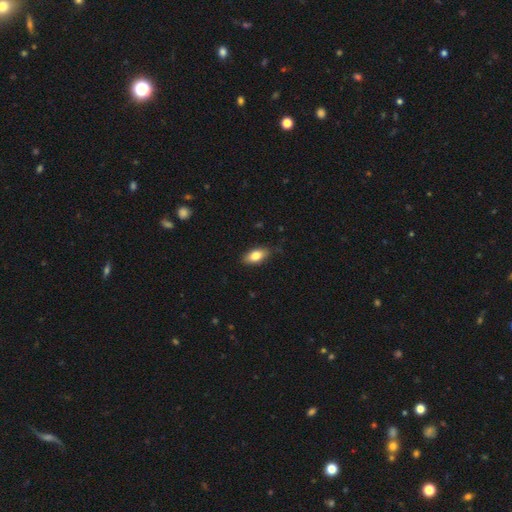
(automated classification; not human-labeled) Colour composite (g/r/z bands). It shows a smooth galaxy with no disk features (81%) that is in between round and cigar-shaped (88%). Merging: none (81%).